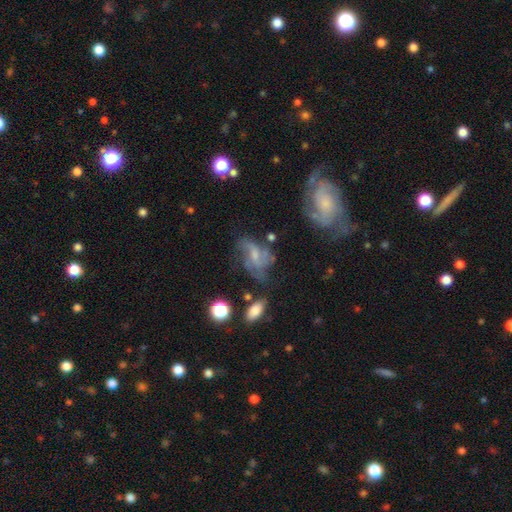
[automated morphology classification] Smooth or featured?
  - featured or disk: 69% *
  - smooth: 19%
  - star or artifact: 12%
Edge-on disk?
  - no: 96% *
  - yes: 4%
Bar?
  - no: 52% *
  - weak: 40%
  - strong: 8%
Spiral arms?
  - yes: 80% *
  - no: 20%
Spiral winding?
  - medium: 41% *
  - loose: 39%
  - tight: 19%
Spiral arm count?
  - can't tell: 31% *
  - 2: 28%
  - 3: 23%
  - 4: 8%
  - 1: 6%
  - more than 4: 4%
Bulge size?
  - small: 50% *
  - moderate: 30%
  - none: 16%
  - large: 3%
  - dominant: 1%
Merging?
  - none: 45% *
  - major disturbance: 25%
  - minor disturbance: 23%
  - merger: 8%